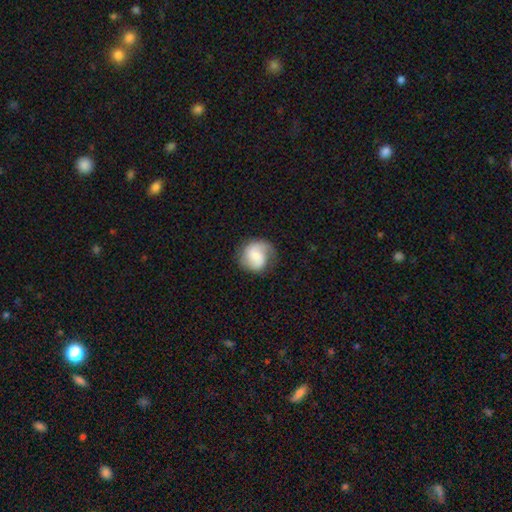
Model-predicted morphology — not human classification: smooth-or-featured: featured or disk: 56% | smooth: 37% | star or artifact: 7%
  disk-edge-on: no: 98% | yes: 2%
    bar: no: 47% | weak: 42% | strong: 11%
    has-spiral-arms: yes: 91% | no: 9%
    bulge-size: small: 44% | moderate: 33% | none: 13% | large: 8% | dominant: 2%
  merging: none: 67% | minor disturbance: 21% | major disturbance: 10% | merger: 1%